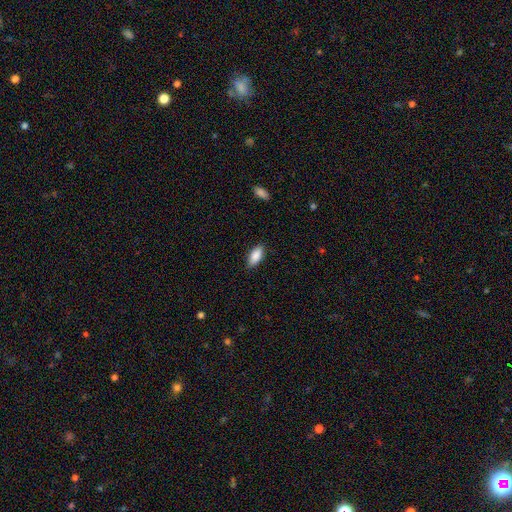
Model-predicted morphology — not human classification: A smooth galaxy with no disk features (88%) that is in between round and cigar-shaped (90%). Merging: none (85%).